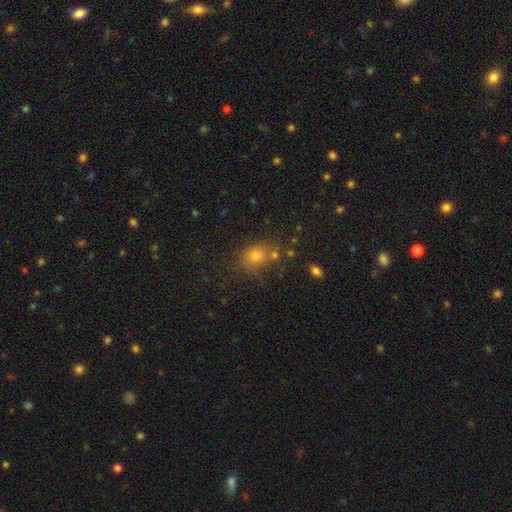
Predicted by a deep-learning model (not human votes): smooth 69%, star or artifact 20%, featured or disk 11%. Down the decision tree: how rounded — round (62%); merging — none (64%).